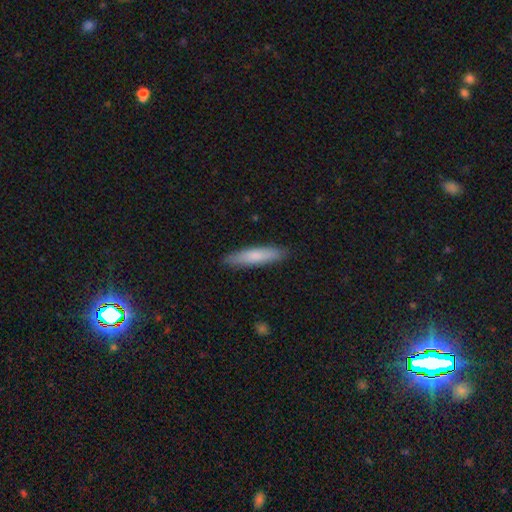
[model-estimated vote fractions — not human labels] Morphology: type=smooth (78%); roundness=cigar-shaped (81%); merging=none (89%).